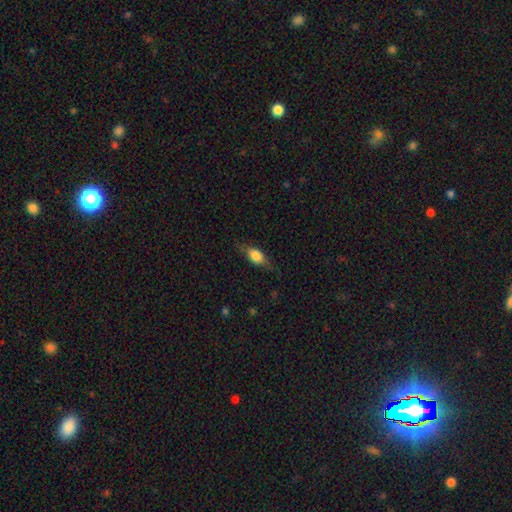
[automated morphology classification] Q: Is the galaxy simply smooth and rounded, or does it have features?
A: smooth — 64%.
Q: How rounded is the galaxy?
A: in between — 73%.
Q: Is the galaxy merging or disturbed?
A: none — 74%.